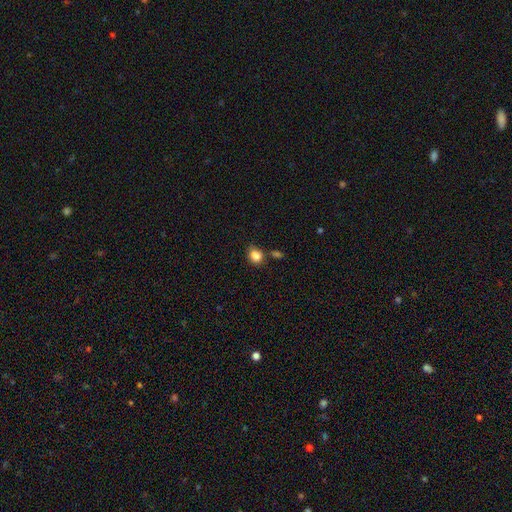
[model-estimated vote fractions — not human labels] Morphology: type=smooth (85%); roundness=in between (51%); merging=none (62%).